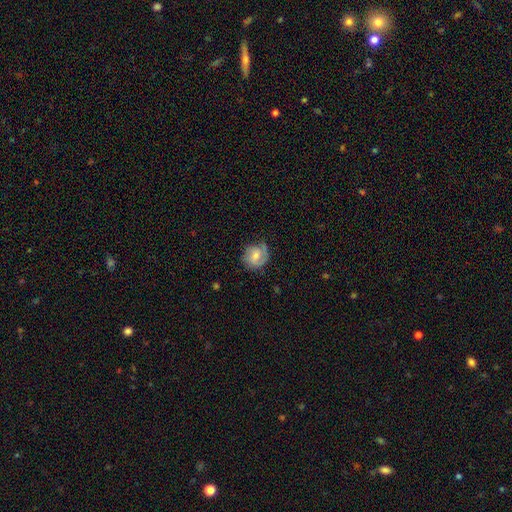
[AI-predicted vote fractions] Morphology: type=smooth (48%); merging=none (65%).